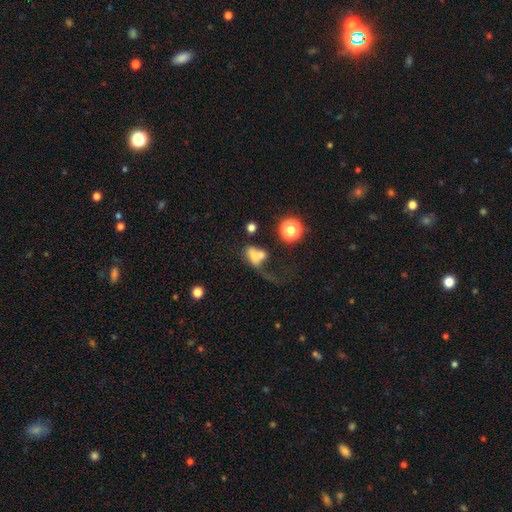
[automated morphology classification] smooth_or_featured: smooth (p=0.60) [alt: featured or disk p=0.25]
how_rounded: in between (p=0.68) [alt: round p=0.29]
merging: merger (p=0.48) [alt: major disturbance p=0.26]